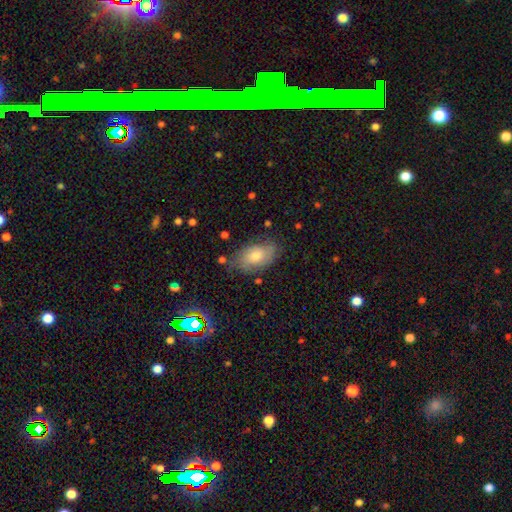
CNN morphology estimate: Overall: smooth (66%). How rounded: in between (91%). Merging: none (72%).